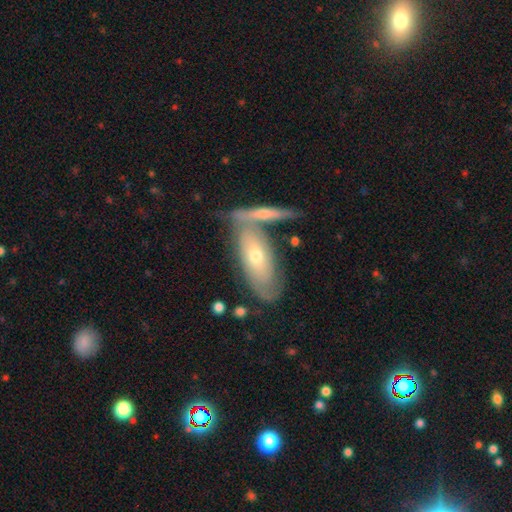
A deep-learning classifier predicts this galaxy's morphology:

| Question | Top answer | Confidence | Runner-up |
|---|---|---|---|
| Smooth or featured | featured or disk | 51% | smooth (44%) |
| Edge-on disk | no | 71% | yes (29%) |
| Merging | none | 50% | merger (29%) |